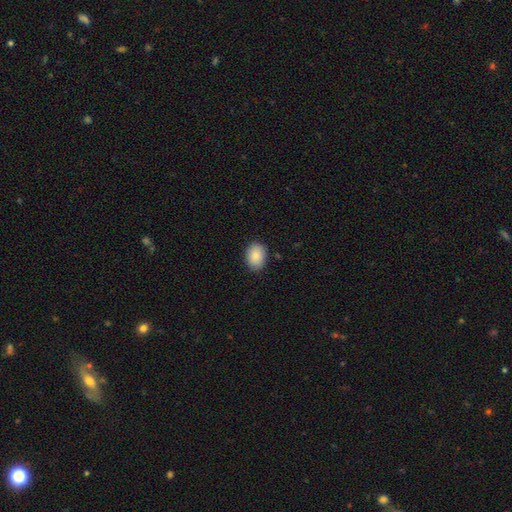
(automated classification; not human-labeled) This is clearly a smooth galaxy (87%). How rounded: likely in between (70%). Merging: clearly none (88%).